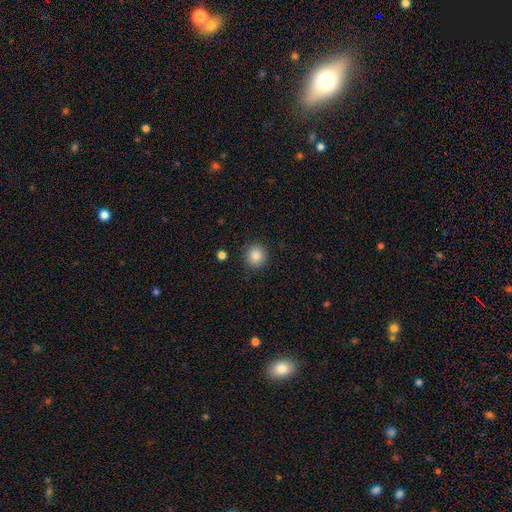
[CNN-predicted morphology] type=smooth (85%); roundness=round (93%); merging=none (89%).